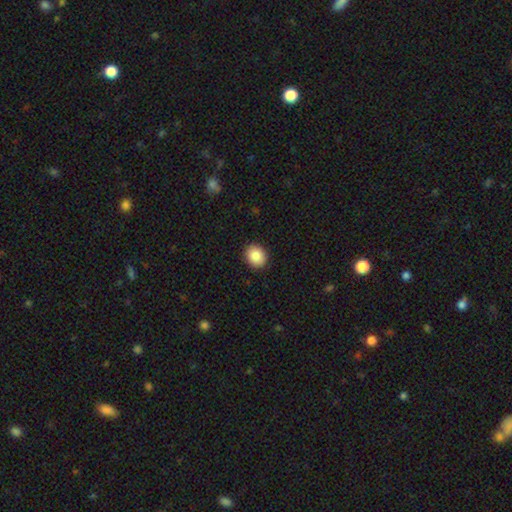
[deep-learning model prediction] A smooth galaxy with no disk features (86%) that is round (65%).

Vote fractions:
- Smooth or featured? smooth: 86% / star or artifact: 8% / featured or disk: 5%
- How rounded? round: 65% / in between: 34% / cigar-shaped: 1%
- Merging? none: 91% / minor disturbance: 6% / major disturbance: 2% / merger: 1%